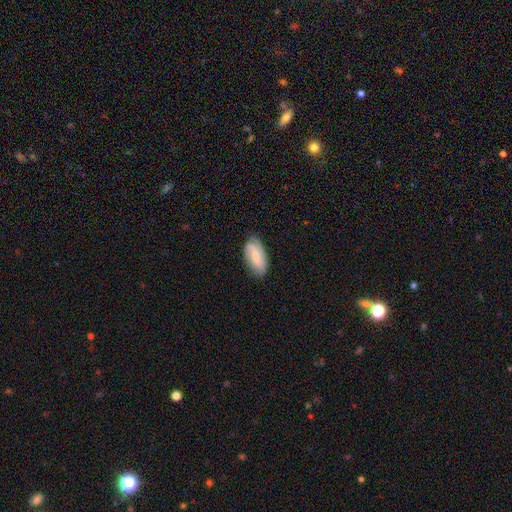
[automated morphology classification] smooth_or_featured: smooth (p=0.49) [alt: featured or disk p=0.45]
merging: none (p=0.73) [alt: minor disturbance p=0.21]